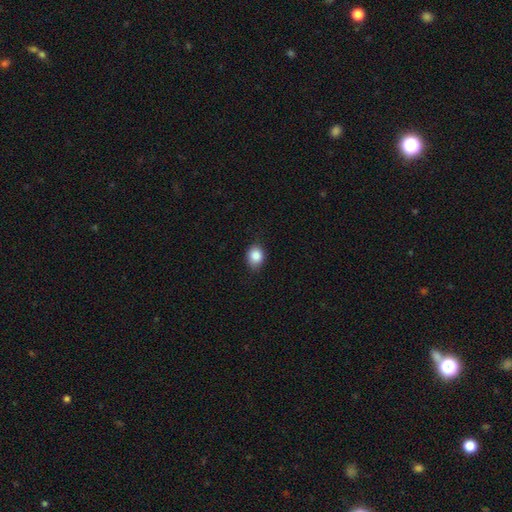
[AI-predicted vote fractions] A smooth galaxy with no disk features (86%) that is in between round and cigar-shaped (51%). Merging: none (80%).